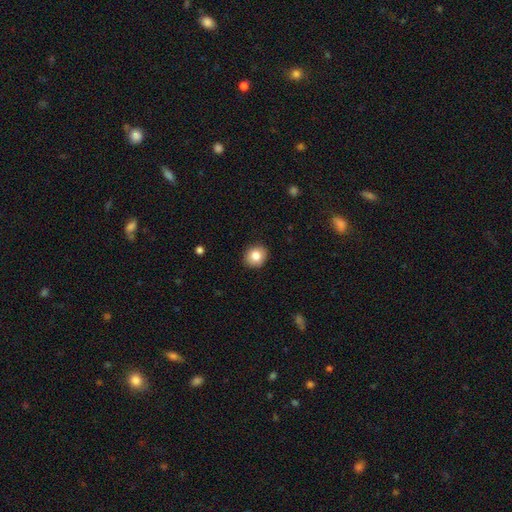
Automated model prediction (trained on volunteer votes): smooth_or_featured: smooth (p=0.83) [alt: star or artifact p=0.09]
how_rounded: round (p=0.79) [alt: in between p=0.20]
merging: none (p=0.91) [alt: minor disturbance p=0.07]